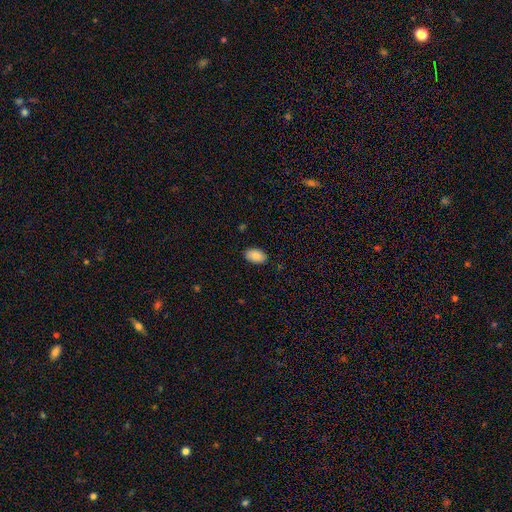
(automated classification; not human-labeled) A smooth galaxy with no disk features (88%) that is in between round and cigar-shaped (93%).

Vote fractions:
- Smooth or featured? smooth: 88% / star or artifact: 7% / featured or disk: 6%
- How rounded? in between: 93% / round: 5% / cigar-shaped: 1%
- Merging? none: 88% / minor disturbance: 9% / major disturbance: 2% / merger: 1%